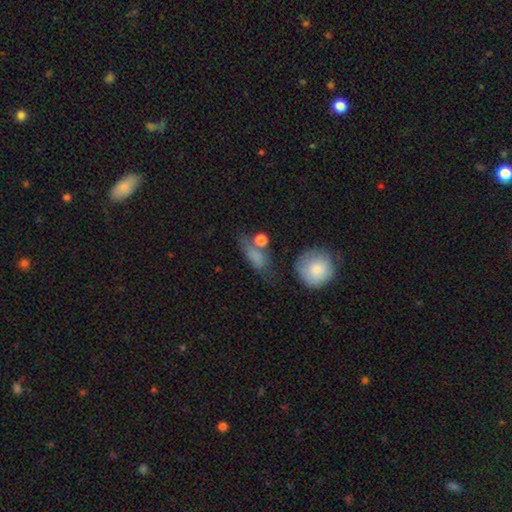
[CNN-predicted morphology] smooth 73%, featured or disk 16%, star or artifact 12%. Down the decision tree: how rounded — in between (63%); merging — none (45%).